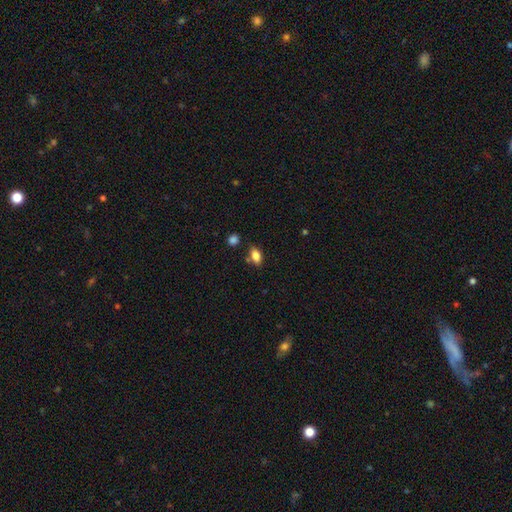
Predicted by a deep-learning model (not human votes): Smooth or featured: smooth — 82% (featured or disk — 9%)
How rounded: in between — 87% (round — 8%)
Merging: none — 75% (minor disturbance — 14%)